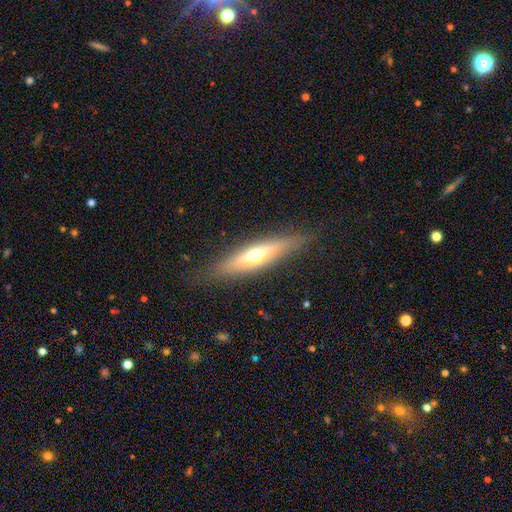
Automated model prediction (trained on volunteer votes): Smooth or featured: featured or disk — 57% (smooth — 36%)
Edge-on disk: yes — 90% (no — 10%)
Edge-on bulge: rounded — 90% (none — 6%)
Merging: none — 85% (minor disturbance — 10%)